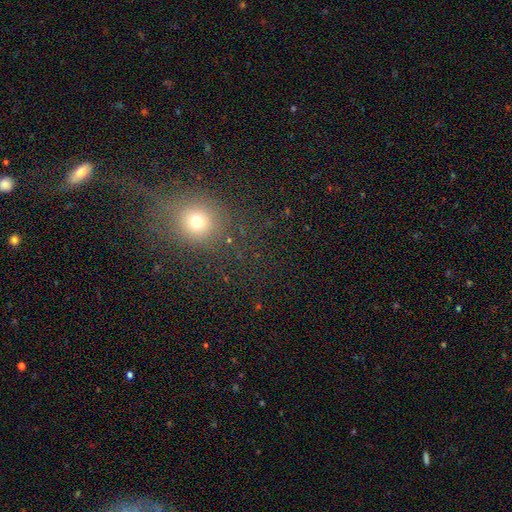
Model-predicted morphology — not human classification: Smooth or featured: smooth — 48% (star or artifact — 39%)
Merging: none — 70% (minor disturbance — 14%)